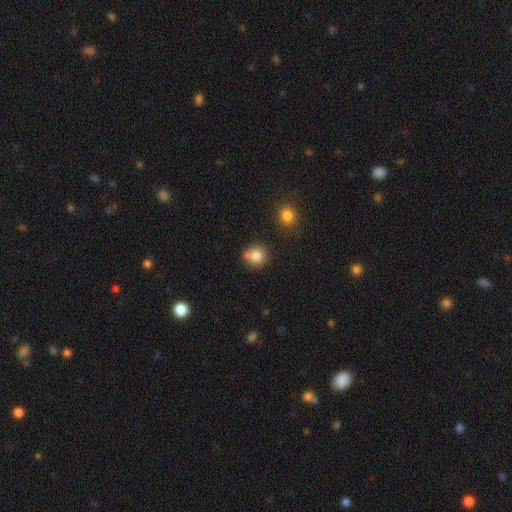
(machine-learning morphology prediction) type=smooth (81%); roundness=round (88%); merging=none (67%).